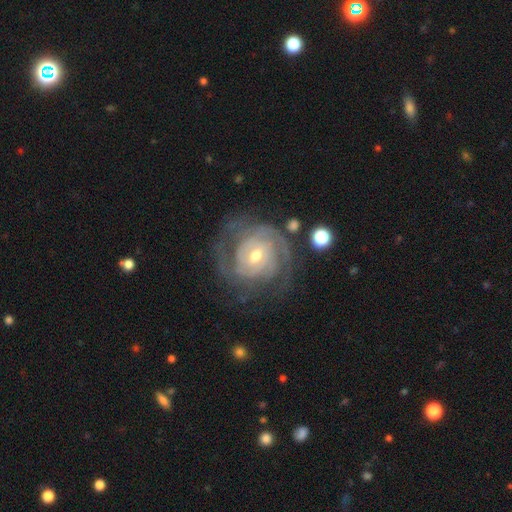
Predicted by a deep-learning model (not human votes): Morphology: type=featured or disk (88%); edge-on=no (97%); bar=no (47%); spiral arms=yes (96%); winding=tight (69%); arm count=can't tell (29%); bulge=moderate (57%); merging=none (68%).